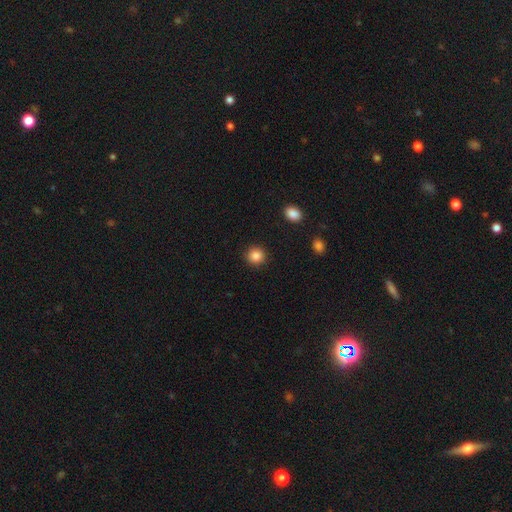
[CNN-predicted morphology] smooth_or_featured: smooth (p=0.86) [alt: star or artifact p=0.10]
how_rounded: round (p=0.92) [alt: in between p=0.07]
merging: none (p=0.92) [alt: minor disturbance p=0.05]